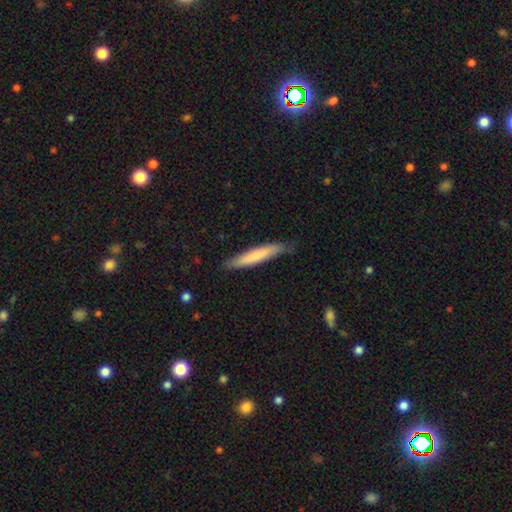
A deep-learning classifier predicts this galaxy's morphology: The model was most divided on "smooth or featured": smooth: 72%, featured or disk: 23%, star or artifact: 5%. More confident: how rounded — cigar-shaped (93%); merging — none (83%).